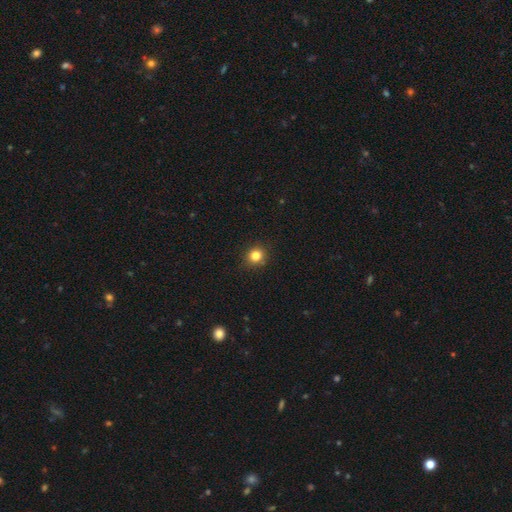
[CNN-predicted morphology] Smooth or featured? smooth (82%)
How rounded? round (88%)
Merging? none (90%)